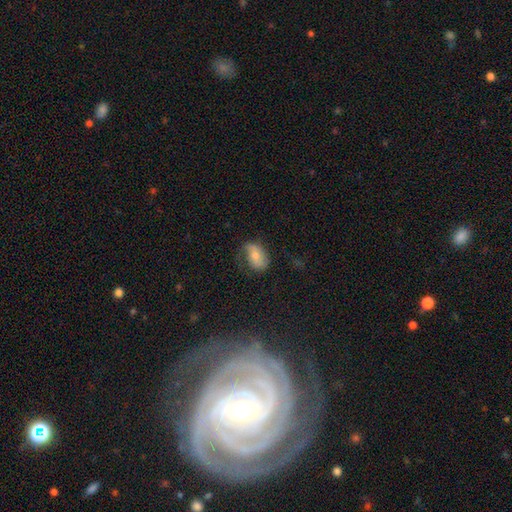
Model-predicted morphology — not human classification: Overall: smooth (52%; featured or disk 40%). How rounded: in between (85%). Merging: none (56%; minor disturbance 27%).